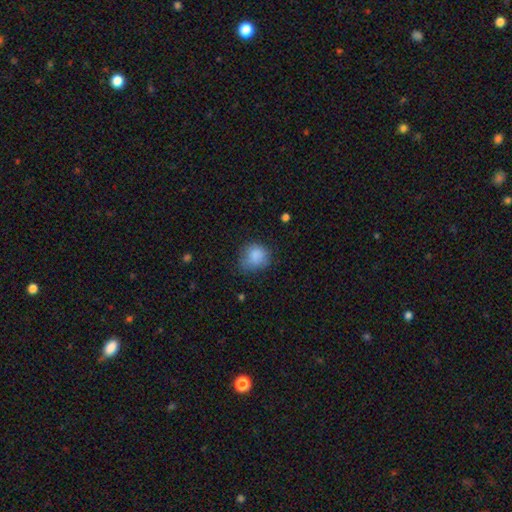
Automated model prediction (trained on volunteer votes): smooth 84%, star or artifact 9%, featured or disk 6%. Down the decision tree: how rounded — round (72%); merging — none (60%).